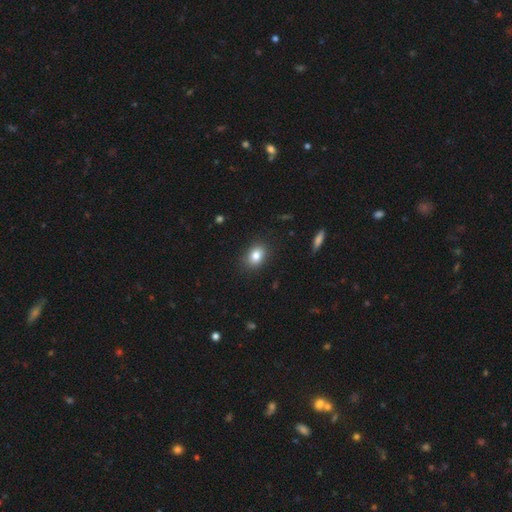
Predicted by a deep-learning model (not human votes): Smooth or featured? Predicted: smooth (p=0.83). How rounded? Predicted: in between (p=0.66). Merging? Predicted: none (p=0.87).